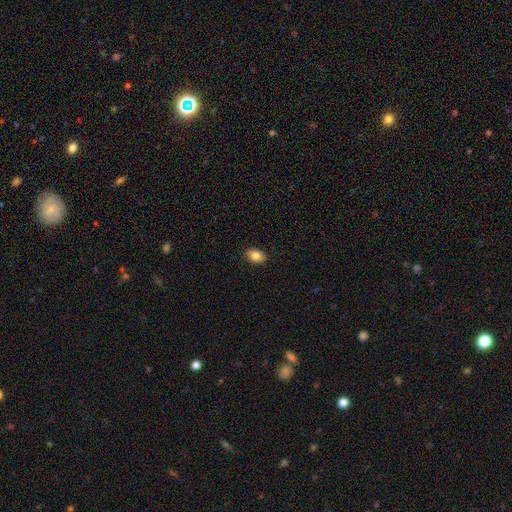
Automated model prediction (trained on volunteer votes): Morphology: type=smooth (83%); roundness=in between (84%); merging=none (87%).